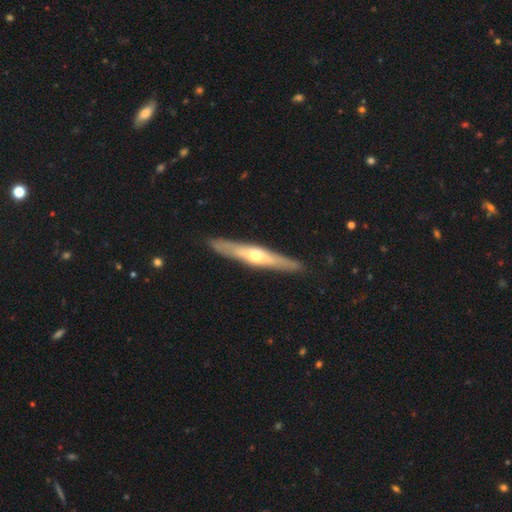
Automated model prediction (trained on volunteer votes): Morphology: type=featured or disk (65%); edge-on=yes (90%); edge-on bulge=rounded (87%); merging=none (89%).